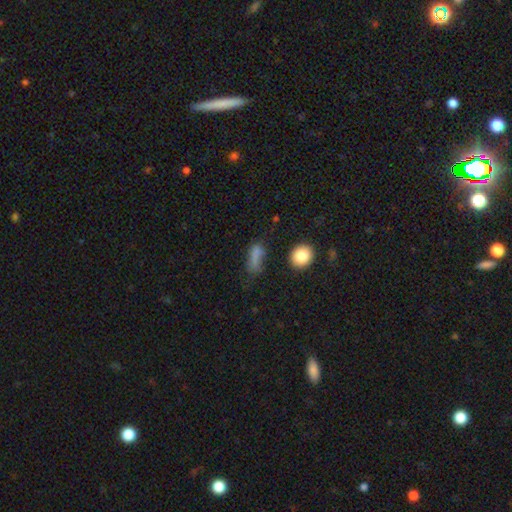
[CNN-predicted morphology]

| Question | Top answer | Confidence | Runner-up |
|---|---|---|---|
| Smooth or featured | smooth | 71% | star or artifact (16%) |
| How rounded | in between | 63% | cigar-shaped (24%) |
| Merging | none | 45% | minor disturbance (23%) |